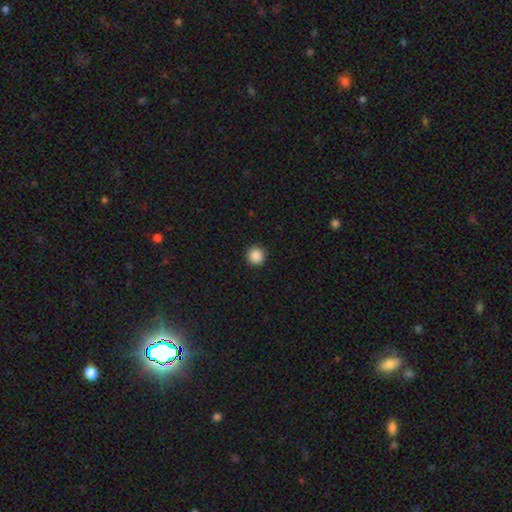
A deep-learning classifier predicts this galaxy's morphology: A smooth galaxy with no disk features (88%) that is round (96%). Merging: none (93%).